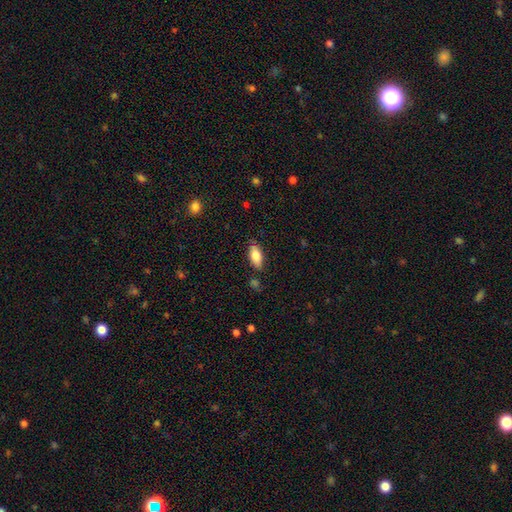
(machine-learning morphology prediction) A smooth galaxy with no disk features (81%) that is in between round and cigar-shaped (86%).

Vote fractions:
- Smooth or featured? smooth: 81% / featured or disk: 12% / star or artifact: 7%
- How rounded? in between: 86% / cigar-shaped: 11% / round: 2%
- Merging? none: 80% / minor disturbance: 14% / major disturbance: 3% / merger: 2%